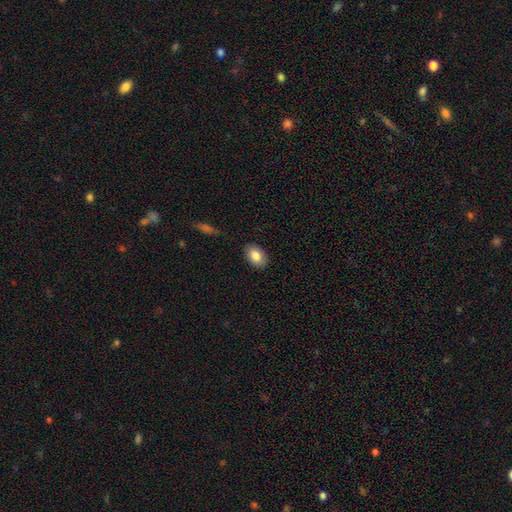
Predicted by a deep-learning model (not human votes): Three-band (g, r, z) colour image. It shows a smooth galaxy with no disk features (85%) that is in between round and cigar-shaped (85%). Merging: none (87%).